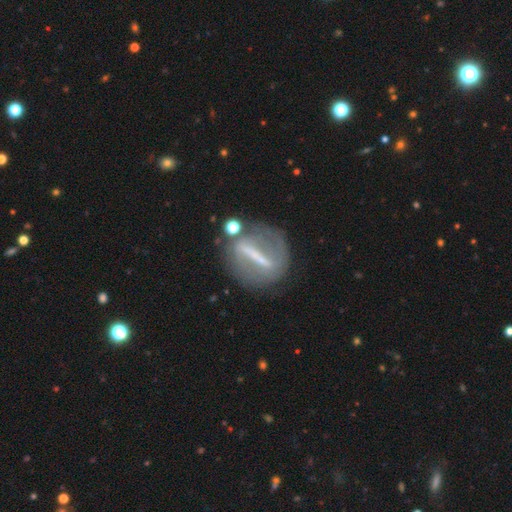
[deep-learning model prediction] smooth-or-featured: featured or disk: 73% | smooth: 18% | star or artifact: 9%
  disk-edge-on: no: 76% | yes: 24%
    bar: strong: 81% | weak: 13% | no: 6%
    has-spiral-arms: no: 64% | yes: 36%
    bulge-size: small: 42% | none: 35% | moderate: 18% | large: 3% | dominant: 2%
  merging: none: 68% | minor disturbance: 15% | major disturbance: 10% | merger: 6%